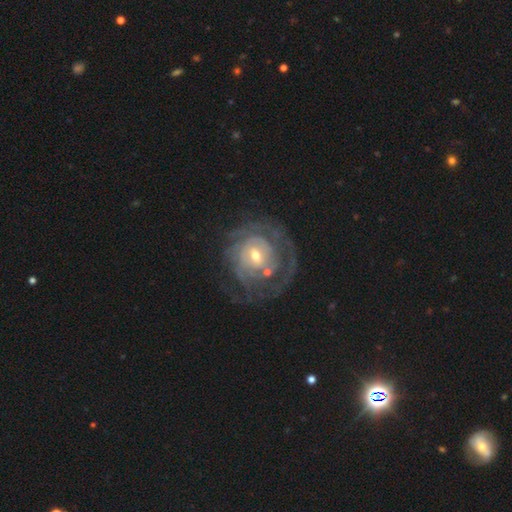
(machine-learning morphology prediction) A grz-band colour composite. It shows a featured or disk galaxy (80%) with no bar (56%), tight (68%) spiral arms (83%) and a moderate central bulge (50%). Merging: none (59%).